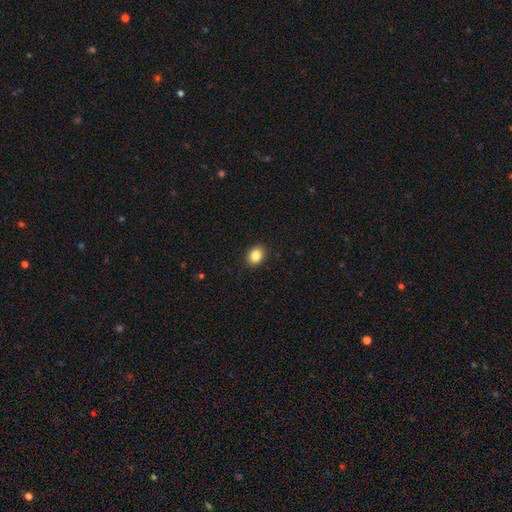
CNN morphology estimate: smooth_or_featured: smooth (p=0.86) [alt: star or artifact p=0.09]
how_rounded: in between (p=0.57) [alt: round p=0.42]
merging: none (p=0.90) [alt: minor disturbance p=0.07]